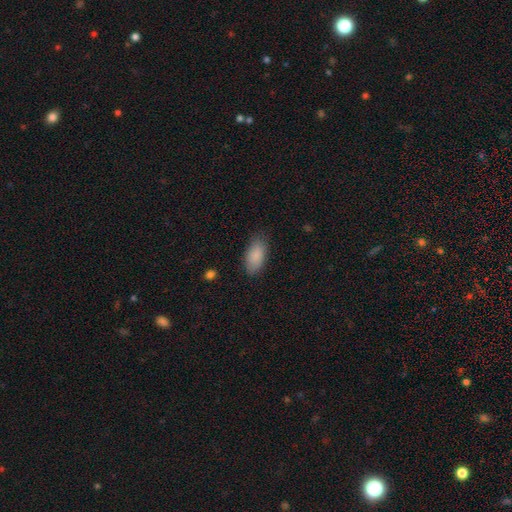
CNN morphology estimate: The model was most divided on "merging": none: 82%, minor disturbance: 14%, major disturbance: 3%, merger: 1%. More confident: how rounded — in between (92%); smooth or featured — smooth (89%).